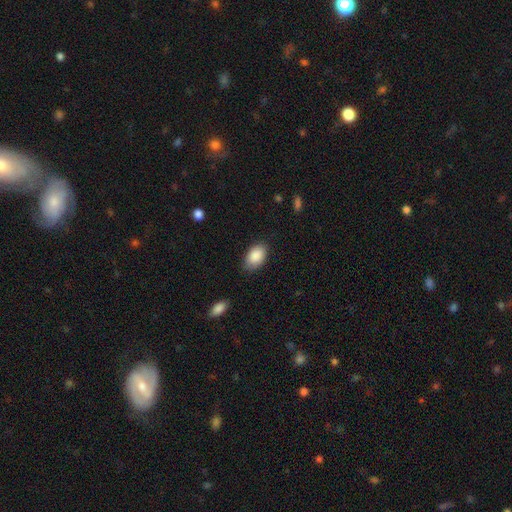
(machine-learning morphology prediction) Smooth or featured: smooth — 89% (star or artifact — 6%)
How rounded: in between — 92% (round — 7%)
Merging: none — 81% (minor disturbance — 15%)